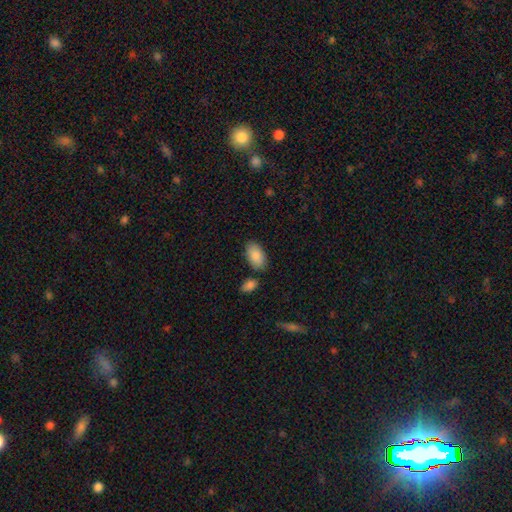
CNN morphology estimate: A smooth galaxy with no disk features (89%) that is in between round and cigar-shaped (95%). Merging: none (79%).